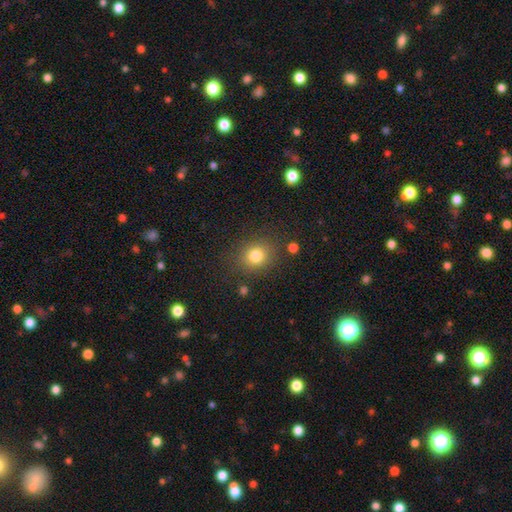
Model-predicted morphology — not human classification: This appears to be a smooth galaxy with no disk features (81%) that is round (75%). Merging: none (83%).